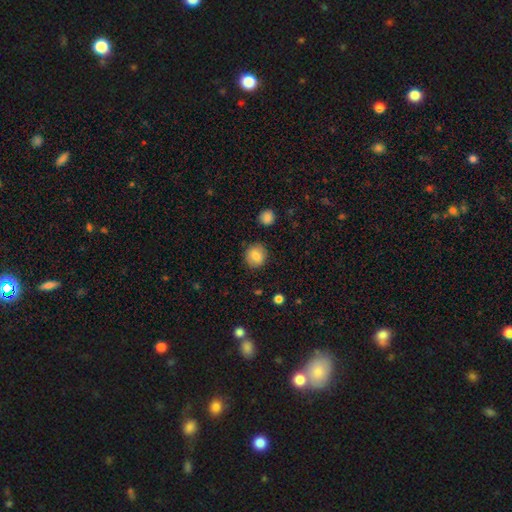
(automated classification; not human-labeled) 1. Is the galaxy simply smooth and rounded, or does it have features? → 81% smooth, 10% featured or disk, 9% star or artifact.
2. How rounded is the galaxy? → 81% round, 18% in between, 1% cigar-shaped.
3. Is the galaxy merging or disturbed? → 87% none, 9% minor disturbance, 3% major disturbance, 2% merger.